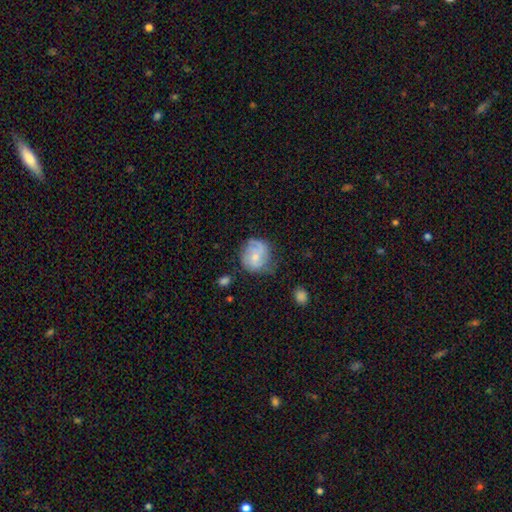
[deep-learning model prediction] smooth_or_featured: featured or disk (p=0.57) [alt: smooth p=0.35]
disk_edge_on: no (p=0.98) [alt: yes p=0.02]
bar: no (p=0.63) [alt: weak p=0.32]
has_spiral_arms: yes (p=0.85) [alt: no p=0.15]
bulge_size: small (p=0.53) [alt: moderate p=0.40]
merging: none (p=0.58) [alt: minor disturbance p=0.28]